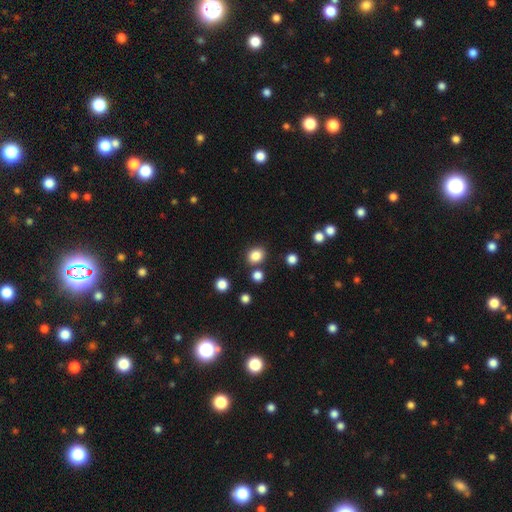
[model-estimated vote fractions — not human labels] A smooth galaxy with no disk features (83%) that is round (64%).

Vote fractions:
- Smooth or featured? smooth: 83% / star or artifact: 12% / featured or disk: 5%
- How rounded? round: 64% / in between: 35% / cigar-shaped: 1%
- Merging? none: 80% / minor disturbance: 9% / merger: 7% / major disturbance: 3%